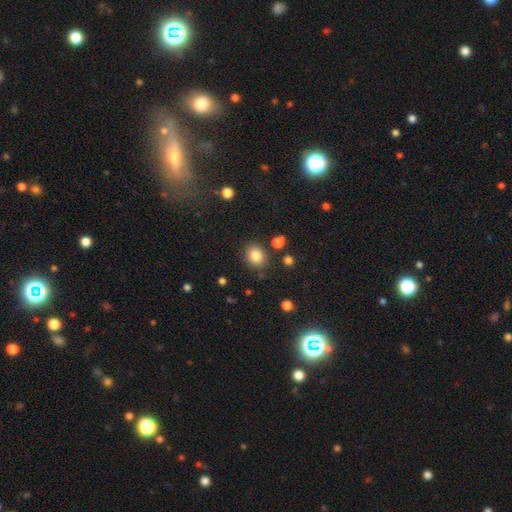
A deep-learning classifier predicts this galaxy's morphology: This is clearly a smooth galaxy (83%). How rounded: likely round (60%). Merging: clearly none (85%).